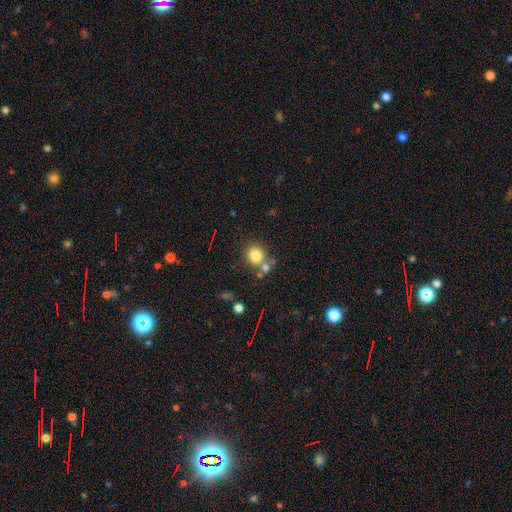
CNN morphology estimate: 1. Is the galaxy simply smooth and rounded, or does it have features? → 80% smooth, 12% star or artifact, 8% featured or disk.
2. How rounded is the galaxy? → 87% round, 12% in between, 1% cigar-shaped.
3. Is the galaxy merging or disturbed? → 64% none, 22% merger, 10% minor disturbance, 4% major disturbance.